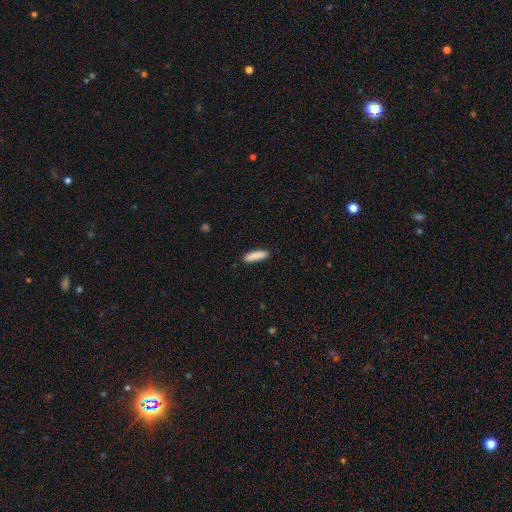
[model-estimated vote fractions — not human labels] Overall: smooth (89%). How rounded: cigar-shaped (72%). Merging: none (89%).